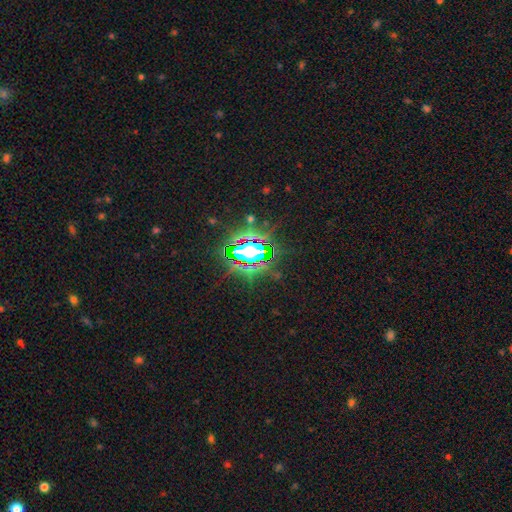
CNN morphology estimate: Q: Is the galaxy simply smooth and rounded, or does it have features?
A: star or artifact — 81%.